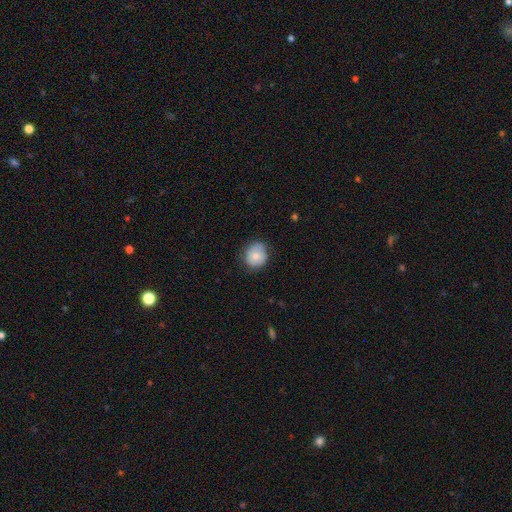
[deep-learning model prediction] Q: Smooth or featured?
A: smooth (79%); runner-up: featured or disk (13%)
Q: How rounded?
A: round (81%); runner-up: in between (18%)
Q: Merging?
A: none (72%); runner-up: minor disturbance (22%)